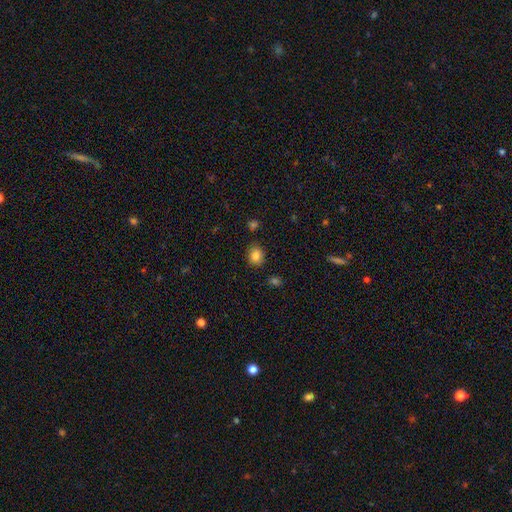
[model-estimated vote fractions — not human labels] Smooth or featured: smooth — 83% (star or artifact — 11%)
How rounded: round — 68% (in between — 31%)
Merging: none — 85% (minor disturbance — 10%)